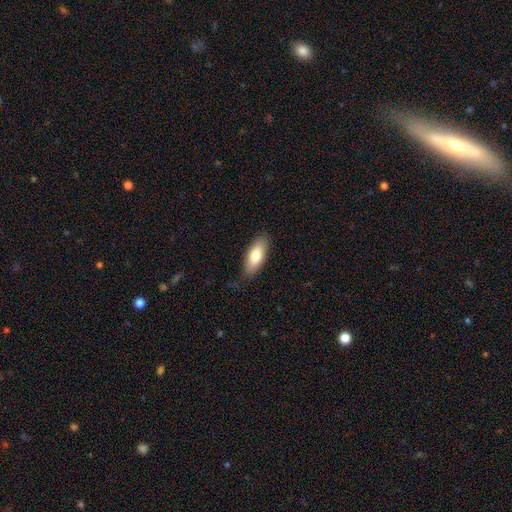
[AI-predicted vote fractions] A smooth galaxy with no disk features (78%) that is in between round and cigar-shaped (76%).

Vote fractions:
- Smooth or featured? smooth: 78% / featured or disk: 16% / star or artifact: 6%
- How rounded? in between: 76% / cigar-shaped: 22% / round: 2%
- Merging? none: 81% / minor disturbance: 15% / major disturbance: 3% / merger: 1%